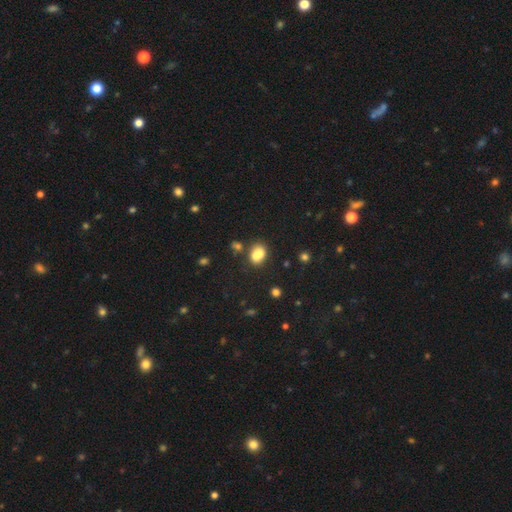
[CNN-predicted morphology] Smooth or featured? Predicted: smooth (p=0.76). How rounded? Predicted: in between (p=0.60). Merging? Predicted: merger (p=0.42).